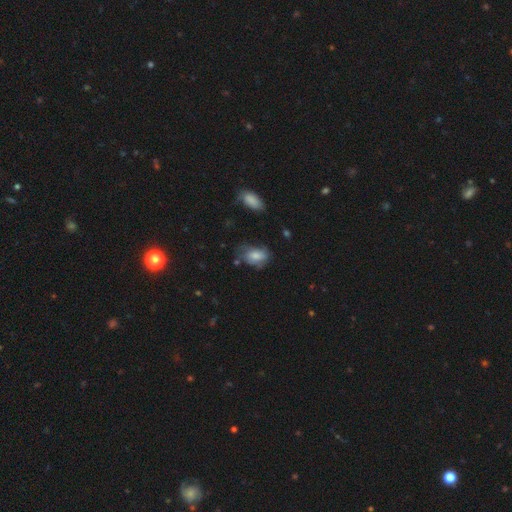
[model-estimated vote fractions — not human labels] Smooth or featured: smooth — 71% (featured or disk — 20%)
How rounded: in between — 81% (round — 17%)
Merging: none — 47% (minor disturbance — 34%)